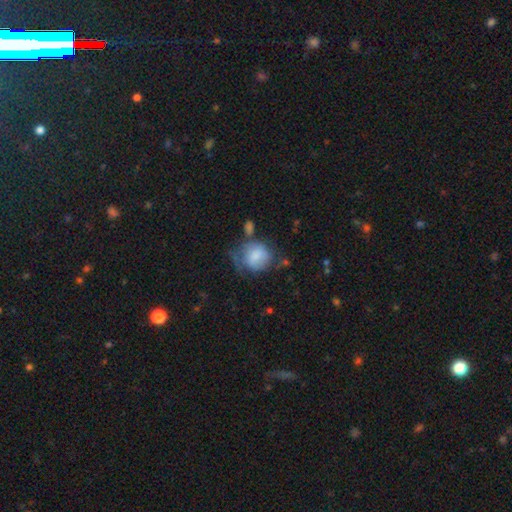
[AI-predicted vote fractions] Smooth or featured: smooth — 70% (featured or disk — 22%)
How rounded: round — 68% (in between — 31%)
Merging: none — 34% (minor disturbance — 30%)